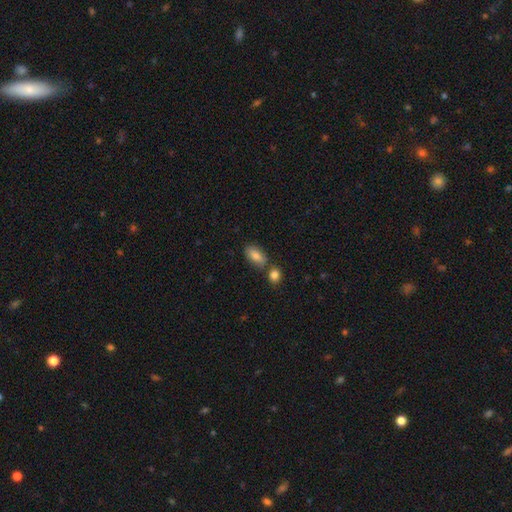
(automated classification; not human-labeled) This is clearly a smooth galaxy (83%). How rounded: clearly in between (88%). Merging: likely none (65%).